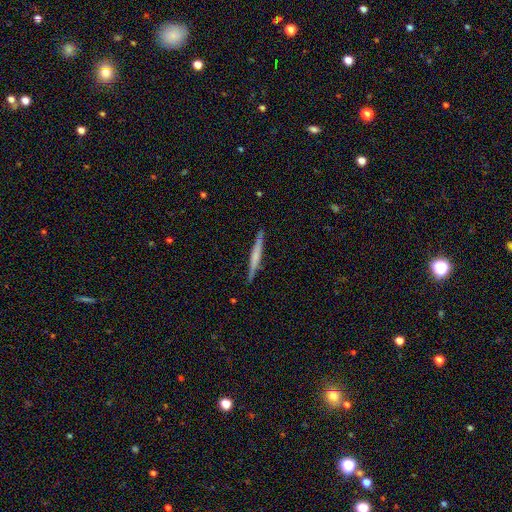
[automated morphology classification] featured or disk 50%, smooth 44%, star or artifact 6%. Down the decision tree: edge-on disk — yes (98%); merging — none (90%).